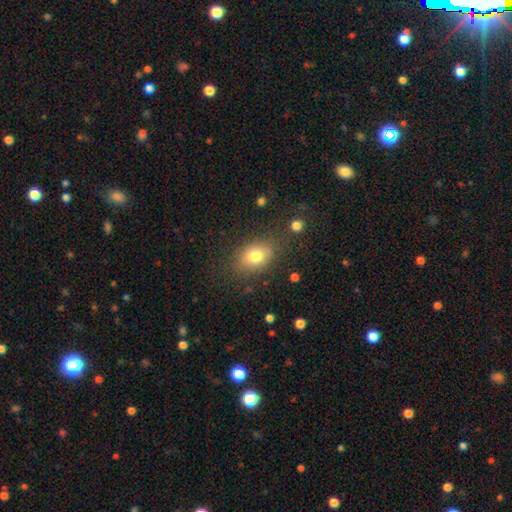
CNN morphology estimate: Q: Smooth or featured?
A: smooth (77%); runner-up: featured or disk (13%)
Q: How rounded?
A: in between (74%); runner-up: round (24%)
Q: Merging?
A: none (72%); runner-up: minor disturbance (17%)